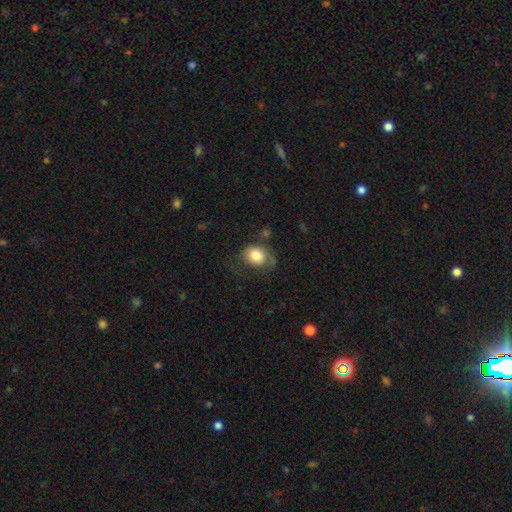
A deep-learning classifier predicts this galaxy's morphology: This appears to be a smooth galaxy with no disk features (80%) that is round (53%). Merging: none (59%).